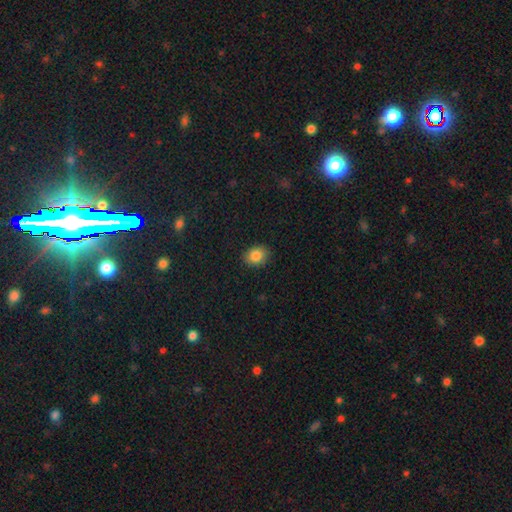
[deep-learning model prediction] Smooth or featured? smooth (85%)
How rounded? in between (57%)
Merging? none (88%)